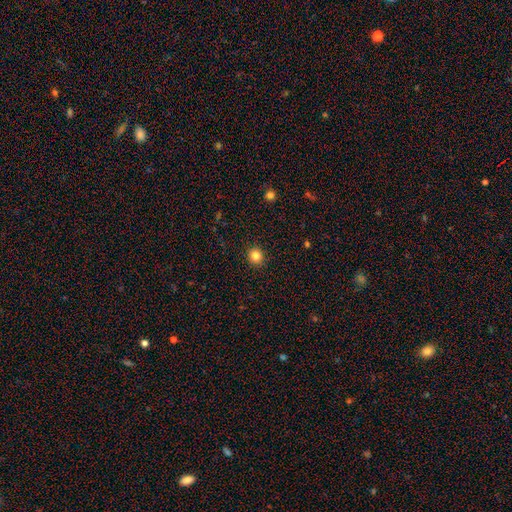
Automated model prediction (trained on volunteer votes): Smooth or featured?
  - smooth: 83% *
  - star or artifact: 12%
  - featured or disk: 5%
How rounded?
  - round: 90% *
  - in between: 9%
  - cigar-shaped: 1%
Merging?
  - none: 92% *
  - minor disturbance: 5%
  - major disturbance: 2%
  - merger: 1%